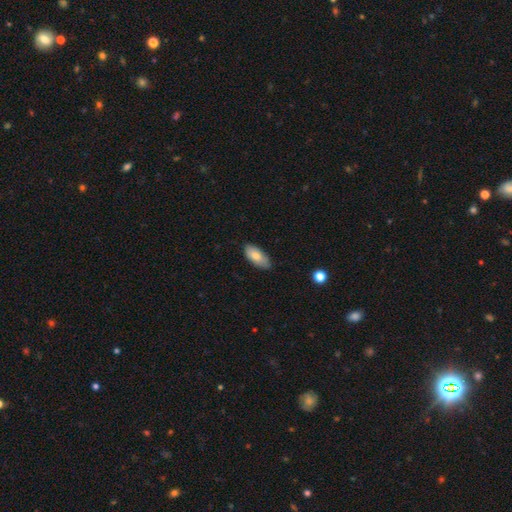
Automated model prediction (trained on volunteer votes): smooth_or_featured: smooth (p=0.78) [alt: featured or disk p=0.15]
how_rounded: in between (p=0.91) [alt: cigar-shaped p=0.07]
merging: none (p=0.78) [alt: minor disturbance p=0.18]